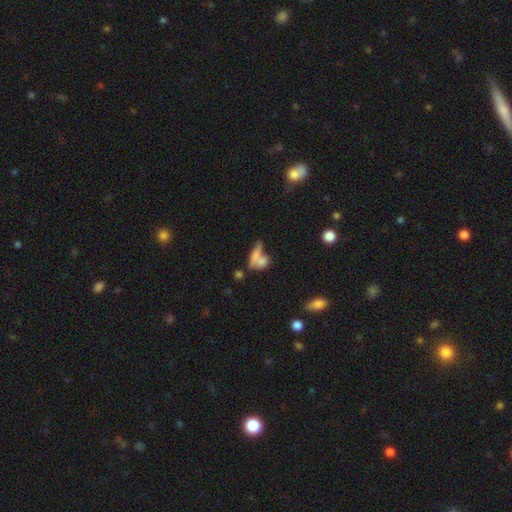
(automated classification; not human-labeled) This is likely a smooth galaxy (66%). How rounded: possibly in between (54%). Merging: possibly merger (53%).